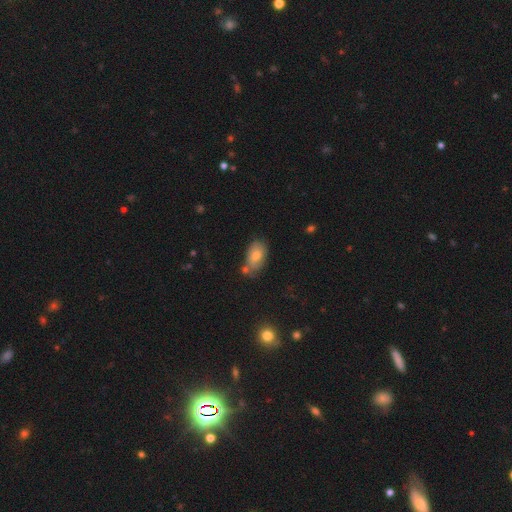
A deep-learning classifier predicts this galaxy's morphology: Smooth or featured?
  - smooth: 73% *
  - featured or disk: 18%
  - star or artifact: 9%
How rounded?
  - in between: 91% *
  - round: 7%
  - cigar-shaped: 2%
Merging?
  - none: 64% *
  - minor disturbance: 20%
  - merger: 12%
  - major disturbance: 4%